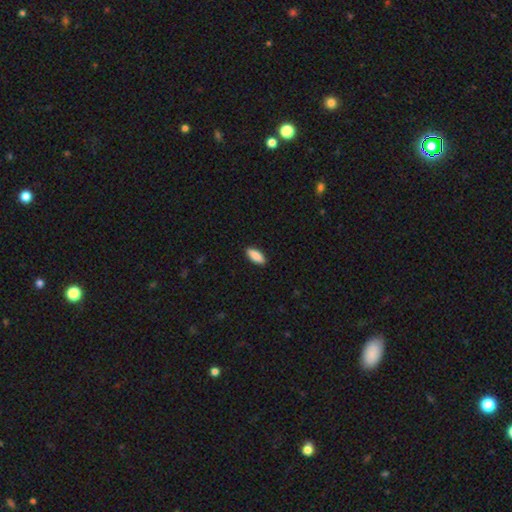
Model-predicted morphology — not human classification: Smooth or featured? Predicted: smooth (p=0.89). How rounded? Predicted: in between (p=0.82). Merging? Predicted: none (p=0.90).